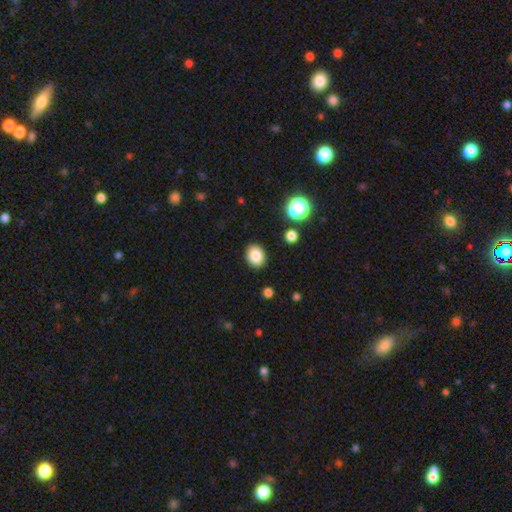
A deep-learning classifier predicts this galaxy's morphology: Smooth or featured? Predicted: smooth (p=0.84). How rounded? Predicted: in between (p=0.54). Merging? Predicted: none (p=0.89).